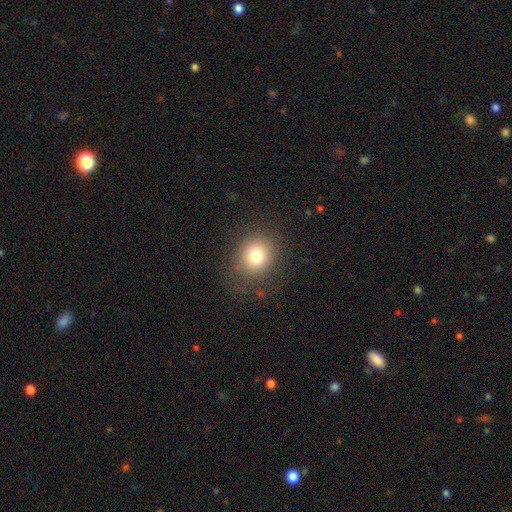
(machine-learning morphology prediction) A smooth galaxy with no disk features (77%) that is round (79%). Merging: none (82%).